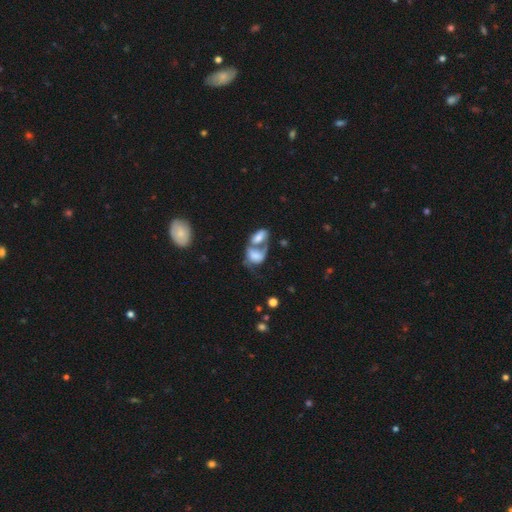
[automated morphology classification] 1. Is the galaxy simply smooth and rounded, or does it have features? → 51% smooth, 39% featured or disk, 10% star or artifact.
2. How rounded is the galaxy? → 79% in between, 19% round, 2% cigar-shaped.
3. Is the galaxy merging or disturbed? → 69% merger, 12% major disturbance, 12% none, 7% minor disturbance.